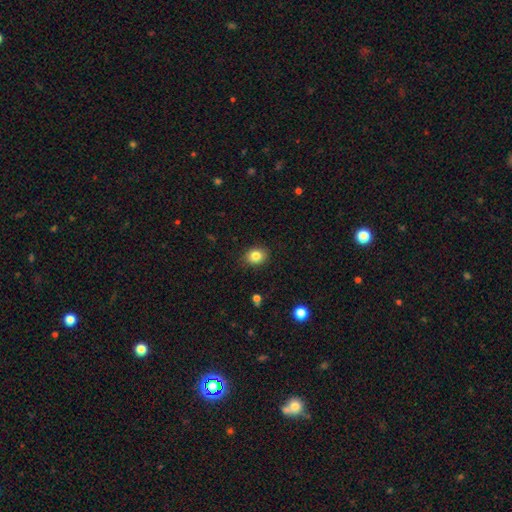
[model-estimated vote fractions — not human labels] Smooth or featured?
  - smooth: 84% *
  - star or artifact: 10%
  - featured or disk: 6%
How rounded?
  - round: 53% *
  - in between: 46%
  - cigar-shaped: 1%
Merging?
  - none: 87% *
  - minor disturbance: 10%
  - major disturbance: 2%
  - merger: 1%